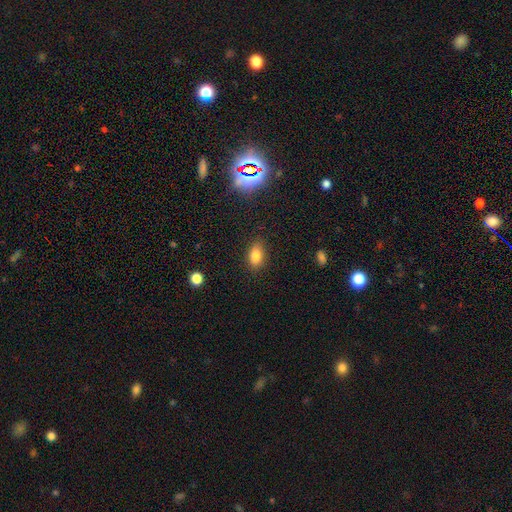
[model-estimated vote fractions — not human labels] Smooth or featured? Predicted: smooth (p=0.81). How rounded? Predicted: in between (p=0.85). Merging? Predicted: none (p=0.85).